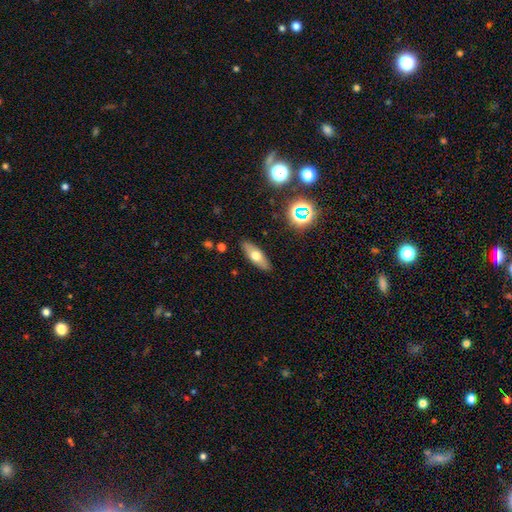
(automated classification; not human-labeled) Q: Smooth or featured?
A: smooth (59%); runner-up: featured or disk (32%)
Q: How rounded?
A: in between (62%); runner-up: cigar-shaped (34%)
Q: Merging?
A: none (88%); runner-up: minor disturbance (8%)